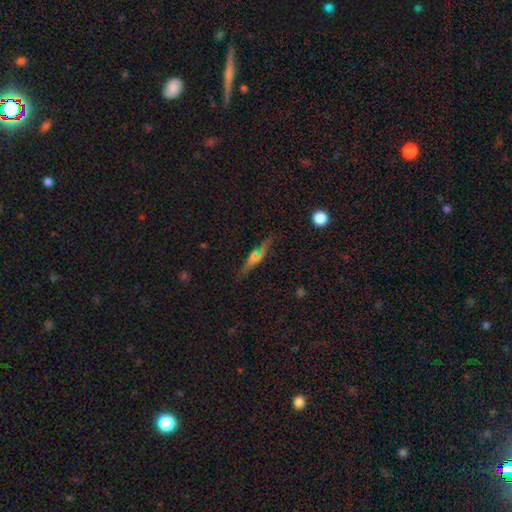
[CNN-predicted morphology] The model was most divided on "smooth or featured": smooth: 43%, featured or disk: 40%, star or artifact: 17%. More confident: merging — none (84%).